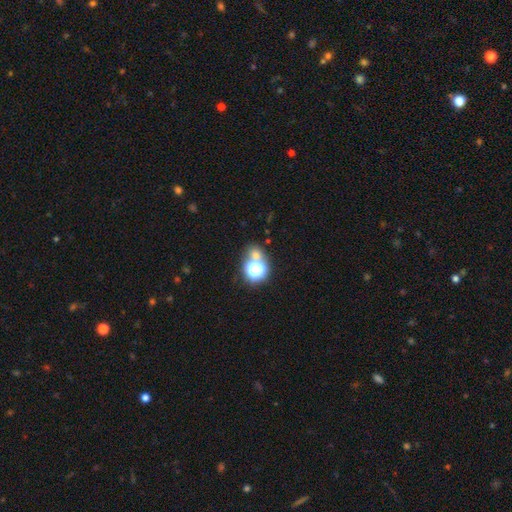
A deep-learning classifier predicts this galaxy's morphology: smooth 53%, star or artifact 38%, featured or disk 9%. Down the decision tree: how rounded — round (76%); merging — none (58%).